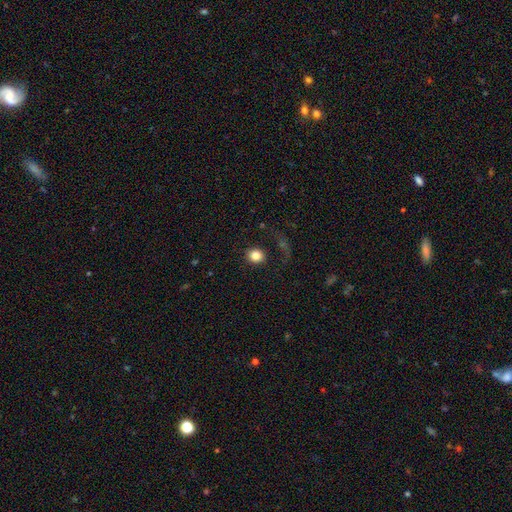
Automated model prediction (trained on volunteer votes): Smooth or featured: smooth — 82% (star or artifact — 10%)
How rounded: round — 83% (in between — 16%)
Merging: none — 86% (minor disturbance — 7%)